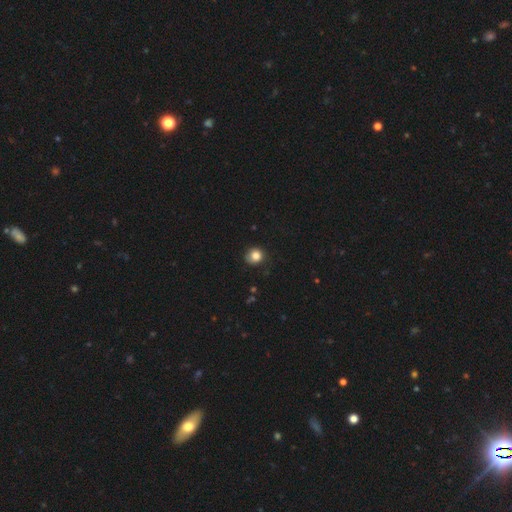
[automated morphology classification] smooth_or_featured: smooth (p=0.83) [alt: star or artifact p=0.11]
how_rounded: round (p=0.86) [alt: in between p=0.13]
merging: none (p=0.77) [alt: minor disturbance p=0.18]